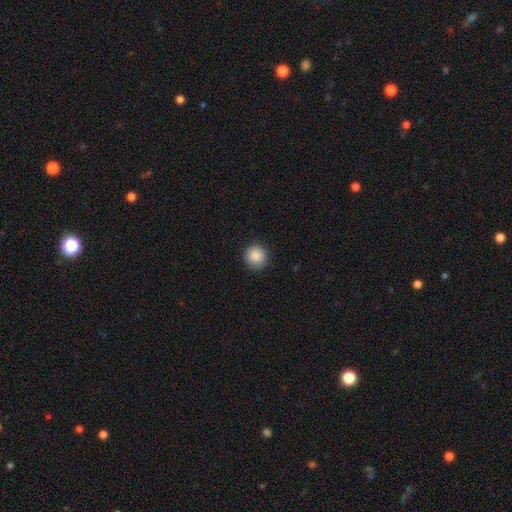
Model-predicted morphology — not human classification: smooth-or-featured: smooth: 88% | star or artifact: 9% | featured or disk: 4%
  how-rounded: round: 92% | in between: 7% | cigar-shaped: 1%
  merging: none: 90% | minor disturbance: 7% | major disturbance: 2% | merger: 1%